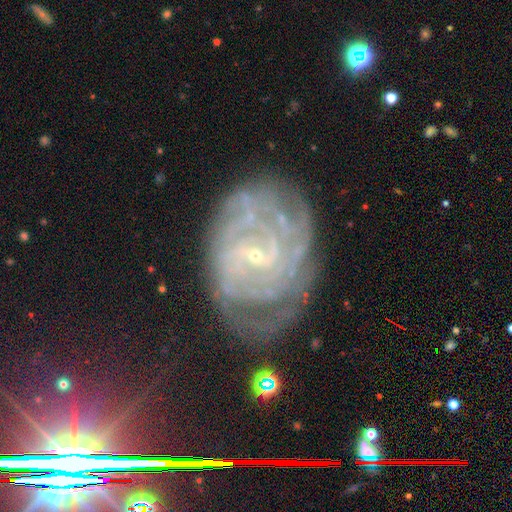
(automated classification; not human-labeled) Smooth or featured? Predicted: featured or disk (p=0.86). Edge-on disk? Predicted: no (p=0.97). Bar? Predicted: weak (p=0.43). Spiral arms? Predicted: yes (p=0.95). Spiral winding? Predicted: tight (p=0.72). Spiral arm count? Predicted: can't tell (p=0.37). Bulge size? Predicted: small (p=0.87). Merging? Predicted: none (p=0.63).